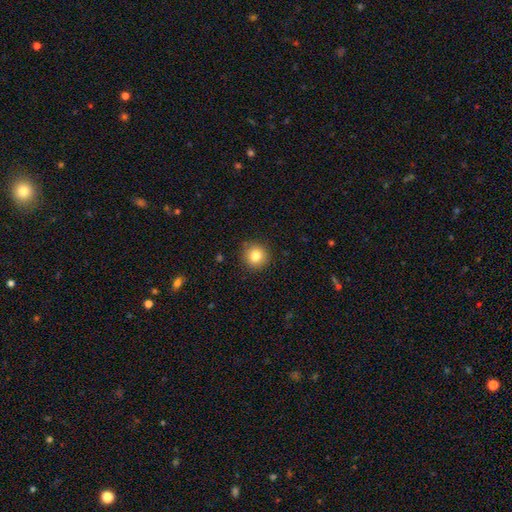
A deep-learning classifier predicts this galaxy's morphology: Overall: smooth (83%). How rounded: round (92%). Merging: none (89%).